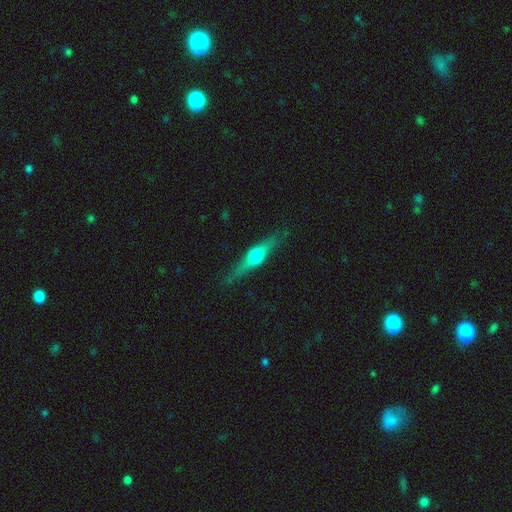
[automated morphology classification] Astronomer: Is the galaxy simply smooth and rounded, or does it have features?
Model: featured or disk — 67%.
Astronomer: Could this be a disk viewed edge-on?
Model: yes — 96%.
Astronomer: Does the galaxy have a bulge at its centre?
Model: rounded — 94%.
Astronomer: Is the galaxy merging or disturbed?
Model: none — 85%.